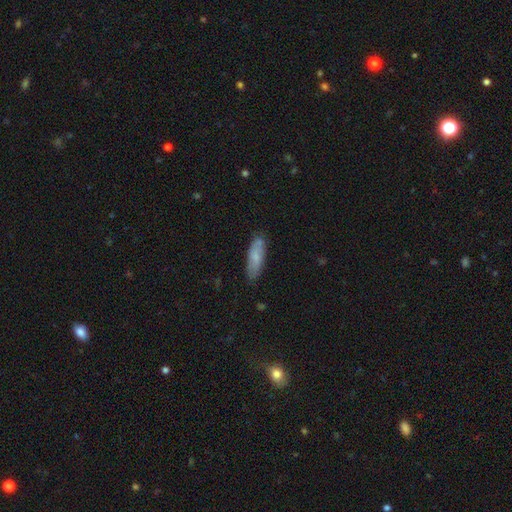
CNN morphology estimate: Overall: smooth (71%). How rounded: in between (53%; cigar-shaped 46%). Merging: none (77%).